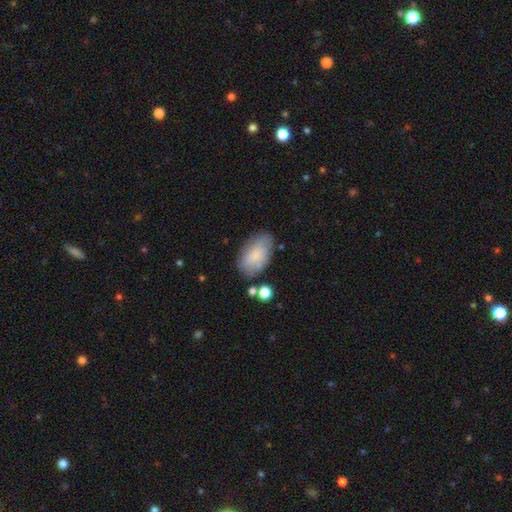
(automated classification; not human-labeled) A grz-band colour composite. It shows a smooth galaxy with no disk features (77%) that is in between round and cigar-shaped (93%). Merging: none (66%).